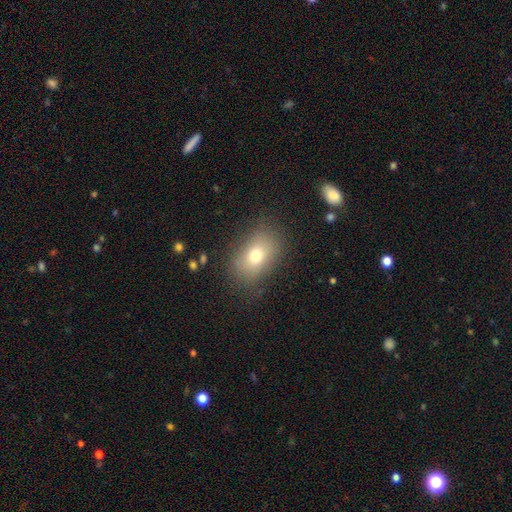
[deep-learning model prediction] Smooth or featured? Predicted: smooth (p=0.73). How rounded? Predicted: in between (p=0.79). Merging? Predicted: none (p=0.79).